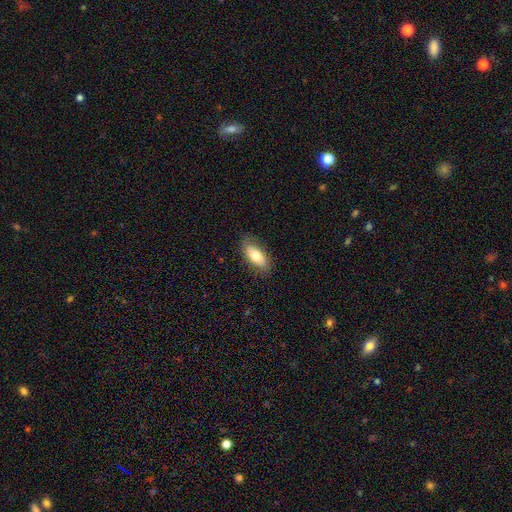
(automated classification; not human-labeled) The model was most divided on "smooth or featured": smooth: 72%, featured or disk: 22%, star or artifact: 6%. More confident: how rounded — in between (85%); merging — none (82%).